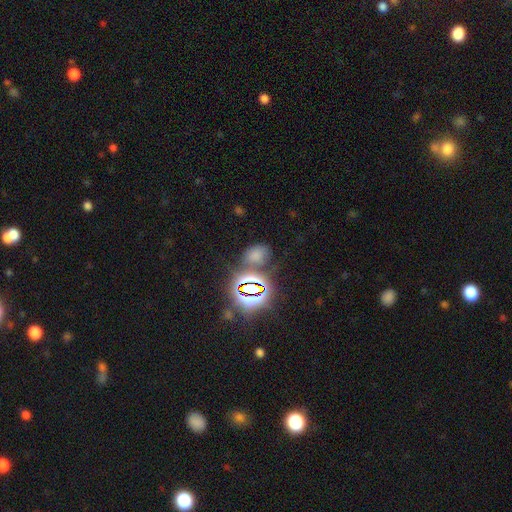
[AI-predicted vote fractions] The model was most divided on "smooth or featured": smooth: 52%, star or artifact: 39%, featured or disk: 8%. More confident: how rounded — in between (71%); merging — none (63%).